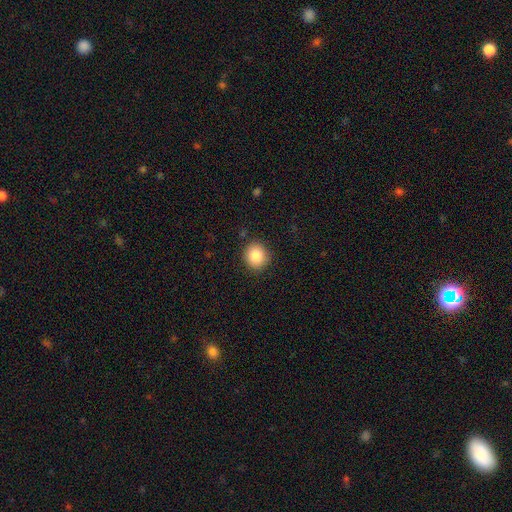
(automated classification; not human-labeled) The model was most divided on "how rounded": round: 84%, in between: 15%, cigar-shaped: 1%. More confident: merging — none (89%); smooth or featured — smooth (84%).